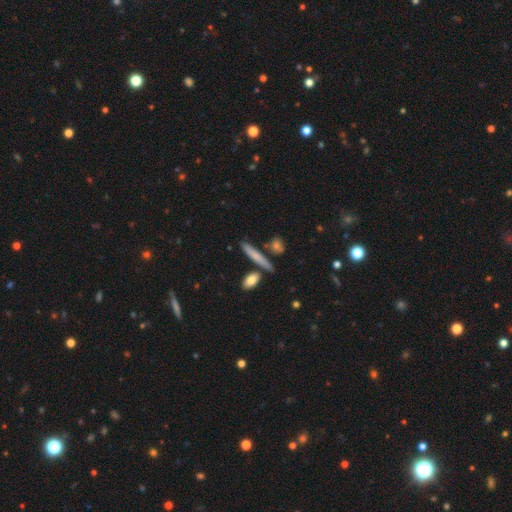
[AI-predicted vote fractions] Smooth or featured?
  - smooth: 69% *
  - featured or disk: 24%
  - star or artifact: 7%
How rounded?
  - cigar-shaped: 84% *
  - in between: 13%
  - round: 3%
Merging?
  - none: 77% *
  - minor disturbance: 11%
  - merger: 9%
  - major disturbance: 3%